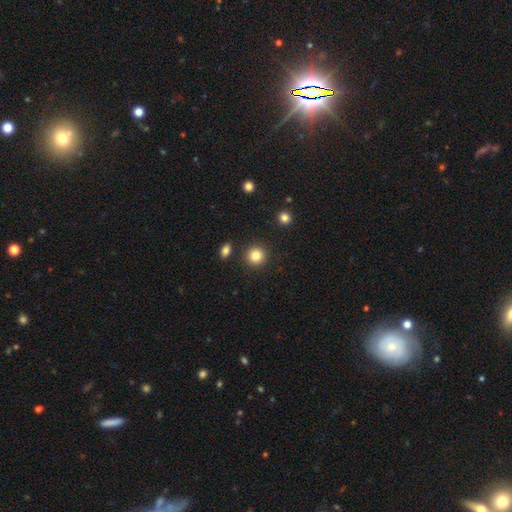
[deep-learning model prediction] Smooth or featured?
  - smooth: 85% *
  - star or artifact: 10%
  - featured or disk: 5%
How rounded?
  - round: 92% *
  - in between: 7%
  - cigar-shaped: 1%
Merging?
  - none: 89% *
  - minor disturbance: 6%
  - merger: 3%
  - major disturbance: 2%